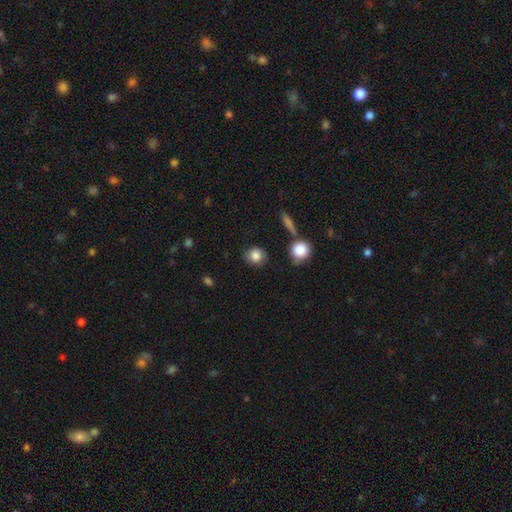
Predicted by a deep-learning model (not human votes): Overall: smooth (84%). How rounded: round (78%). Merging: none (78%).